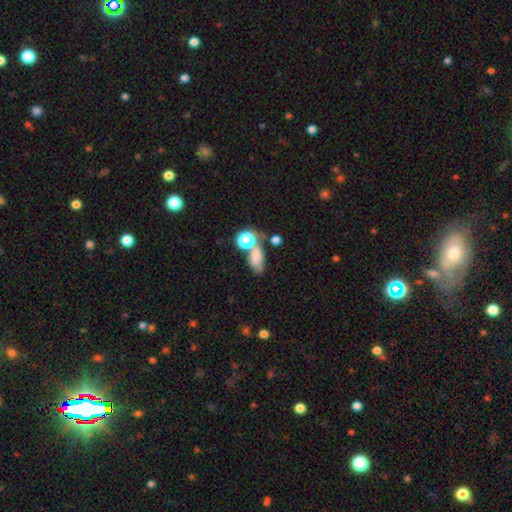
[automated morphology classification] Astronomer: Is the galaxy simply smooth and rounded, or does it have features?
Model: smooth — 74%.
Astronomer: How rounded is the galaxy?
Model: in between — 79%.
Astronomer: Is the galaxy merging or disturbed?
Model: merger — 40% (runner-up: none, 34%).